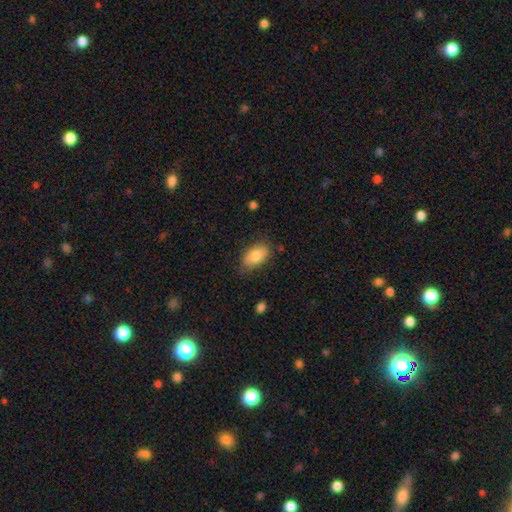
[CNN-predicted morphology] Q: Smooth or featured?
A: smooth (82%); runner-up: featured or disk (11%)
Q: How rounded?
A: in between (92%); runner-up: round (6%)
Q: Merging?
A: none (76%); runner-up: minor disturbance (18%)